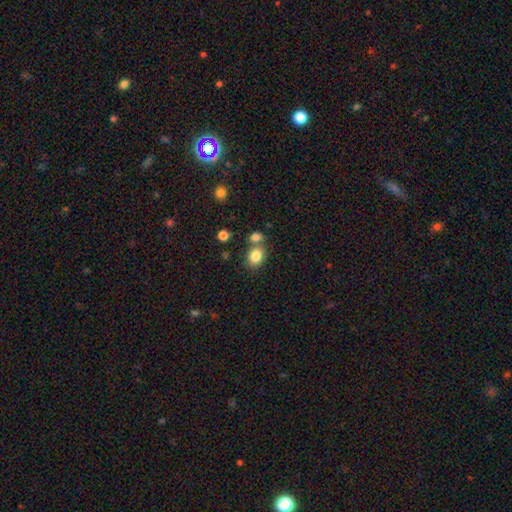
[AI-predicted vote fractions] Smooth or featured: smooth — 83% (star or artifact — 9%)
How rounded: in between — 57% (round — 42%)
Merging: none — 58% (merger — 27%)